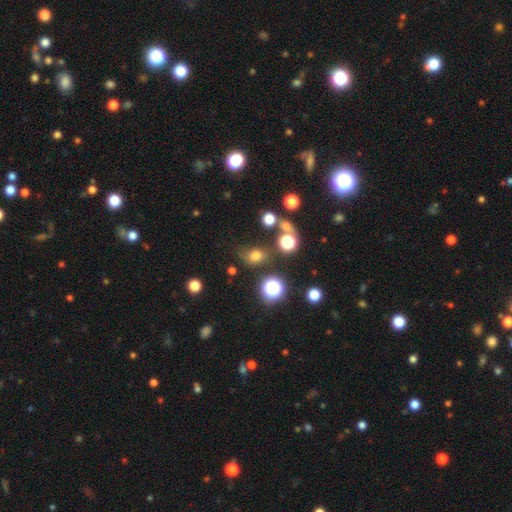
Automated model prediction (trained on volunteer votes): Smooth or featured?
  - smooth: 69% *
  - star or artifact: 22%
  - featured or disk: 9%
How rounded?
  - in between: 56% *
  - round: 42%
  - cigar-shaped: 2%
Merging?
  - none: 63% *
  - minor disturbance: 20%
  - major disturbance: 9%
  - merger: 8%